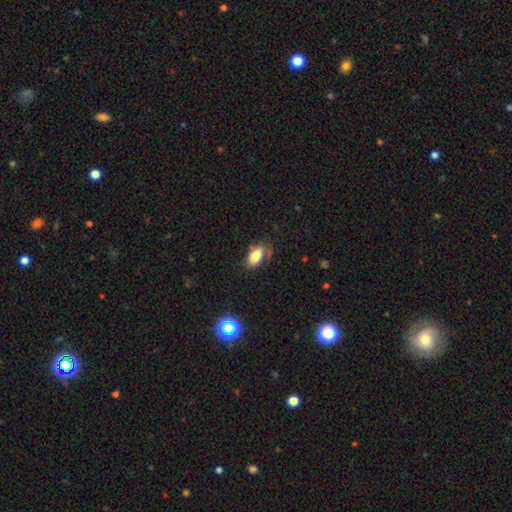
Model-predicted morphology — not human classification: smooth_or_featured: smooth (p=0.80) [alt: featured or disk p=0.10]
how_rounded: in between (p=0.86) [alt: cigar-shaped p=0.09]
merging: none (p=0.70) [alt: minor disturbance p=0.22]